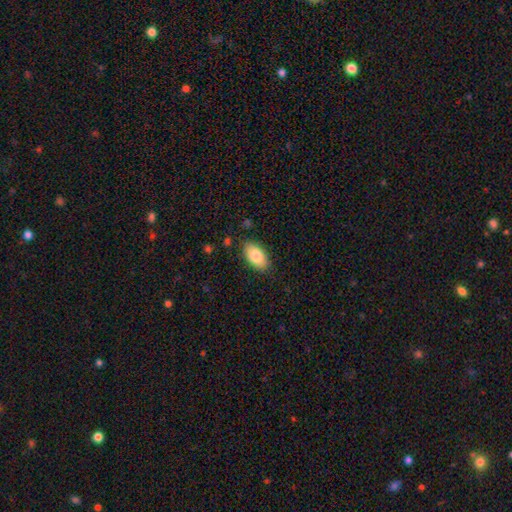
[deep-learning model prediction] The model was most divided on "merging": none: 84%, minor disturbance: 12%, major disturbance: 3%, merger: 1%. More confident: how rounded — in between (94%); smooth or featured — smooth (84%).